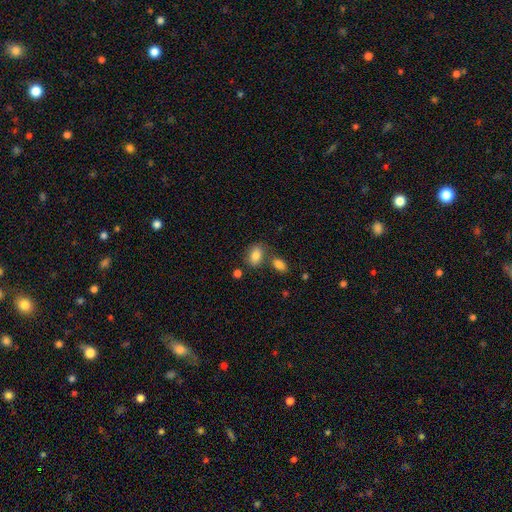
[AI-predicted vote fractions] smooth_or_featured: smooth (p=0.83) [alt: star or artifact p=0.09]
how_rounded: in between (p=0.85) [alt: round p=0.13]
merging: none (p=0.63) [alt: merger p=0.18]